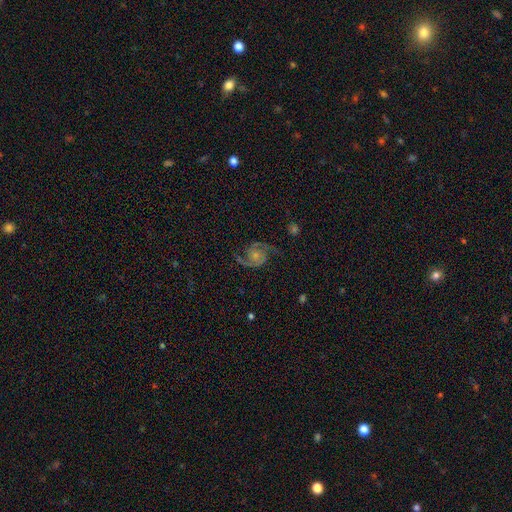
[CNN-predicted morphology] Q: Smooth or featured?
A: featured or disk (90%); runner-up: star or artifact (5%)
Q: Edge-on disk?
A: no (98%); runner-up: yes (2%)
Q: Bar?
A: no (71%); runner-up: weak (24%)
Q: Spiral arms?
A: yes (98%); runner-up: no (2%)
Q: Spiral winding?
A: medium (56%); runner-up: loose (27%)
Q: Spiral arm count?
A: 2 (94%); runner-up: can't tell (2%)
Q: Bulge size?
A: small (51%); runner-up: moderate (33%)
Q: Merging?
A: none (76%); runner-up: minor disturbance (14%)